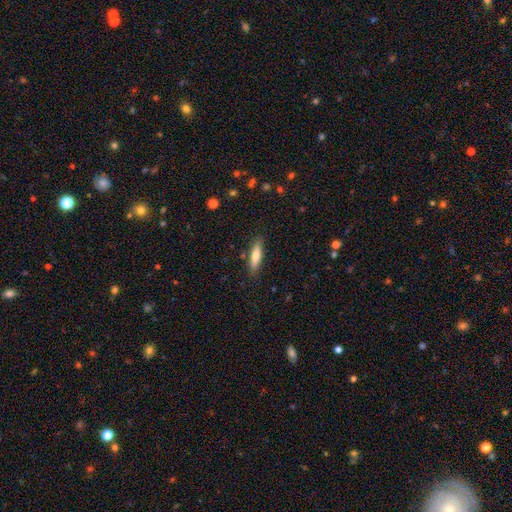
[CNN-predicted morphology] smooth-or-featured: smooth: 71% | featured or disk: 22% | star or artifact: 6%
  how-rounded: cigar-shaped: 65% | in between: 34% | round: 2%
  merging: none: 85% | minor disturbance: 11% | major disturbance: 2% | merger: 2%